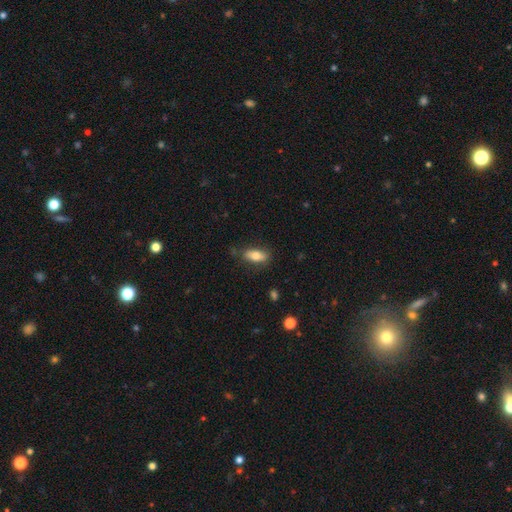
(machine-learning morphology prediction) Smooth or featured? smooth (75%)
How rounded? in between (78%)
Merging? none (79%)